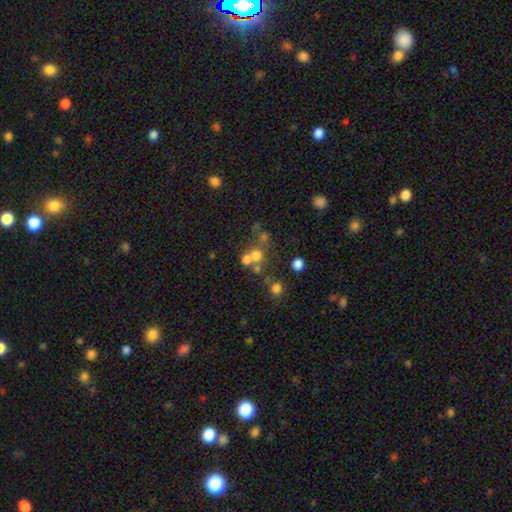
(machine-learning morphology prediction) This is likely a smooth galaxy (62%). How rounded: clearly round (86%). Merging: possibly none (46%).